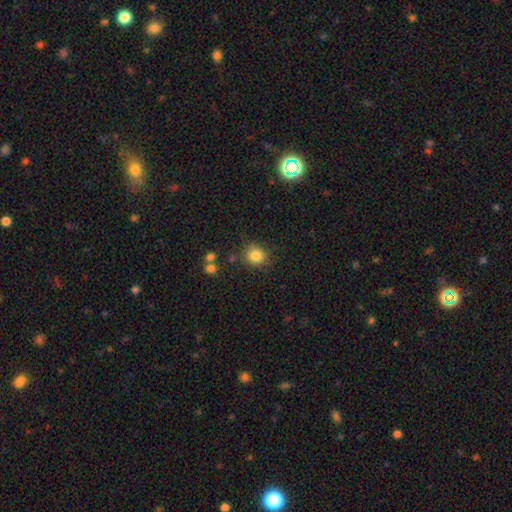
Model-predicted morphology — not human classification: Smooth or featured?
  - smooth: 84% *
  - star or artifact: 11%
  - featured or disk: 5%
How rounded?
  - round: 83% *
  - in between: 16%
  - cigar-shaped: 1%
Merging?
  - none: 79% *
  - minor disturbance: 13%
  - merger: 4%
  - major disturbance: 4%